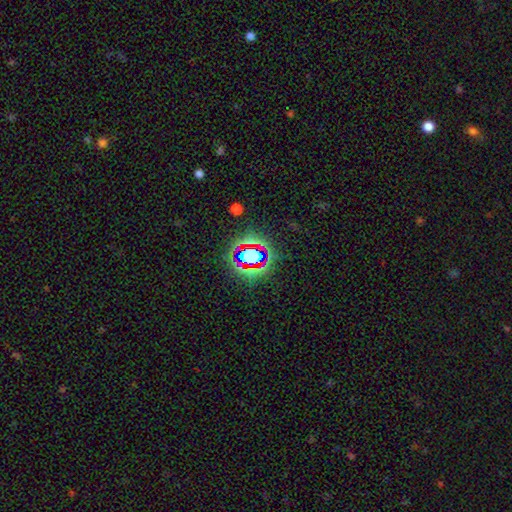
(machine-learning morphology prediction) smooth_or_featured: star or artifact (p=0.66) [alt: smooth p=0.21]